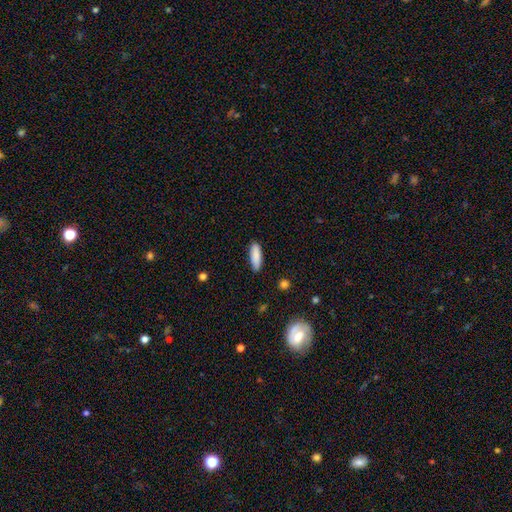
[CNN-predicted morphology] smooth_or_featured: smooth (p=0.88) [alt: star or artifact p=0.06]
how_rounded: in between (p=0.50) [alt: cigar-shaped p=0.48]
merging: none (p=0.86) [alt: minor disturbance p=0.10]